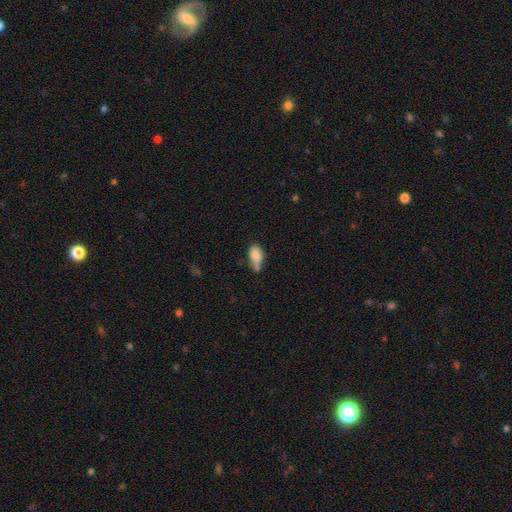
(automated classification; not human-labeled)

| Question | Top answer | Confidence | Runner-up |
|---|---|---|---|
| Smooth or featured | smooth | 83% | star or artifact (8%) |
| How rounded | in between | 88% | round (6%) |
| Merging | none | 40% | minor disturbance (35%) |